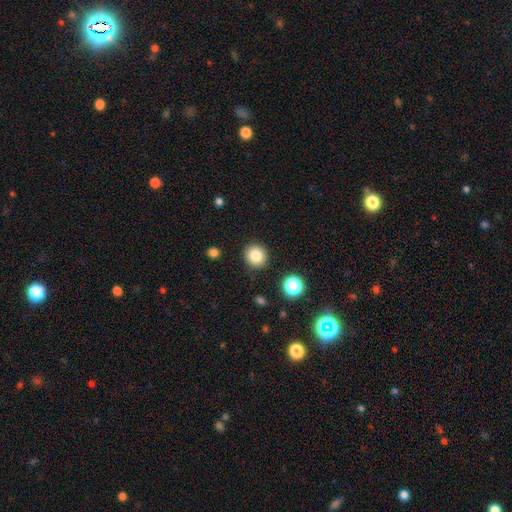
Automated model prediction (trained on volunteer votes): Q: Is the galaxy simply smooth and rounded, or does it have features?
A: smooth — 83%.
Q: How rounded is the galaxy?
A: round — 91%.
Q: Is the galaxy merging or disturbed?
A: none — 90%.